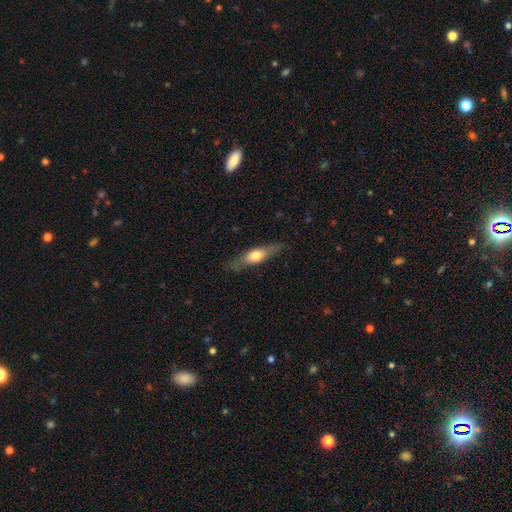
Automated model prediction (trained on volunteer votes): Overall: smooth (52%; featured or disk 42%). How rounded: cigar-shaped (59%; in between 38%). Merging: none (77%).